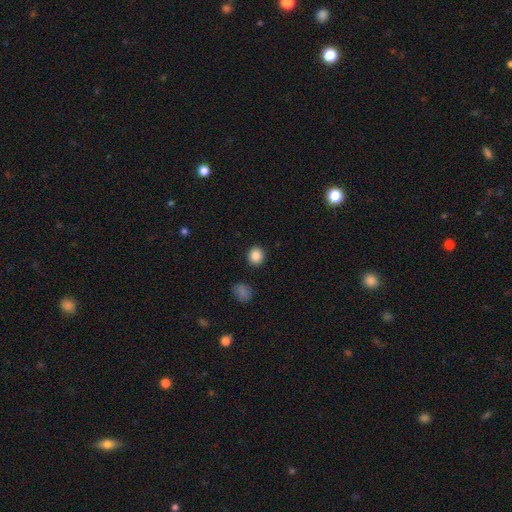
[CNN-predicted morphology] Smooth or featured? Predicted: smooth (p=0.87). How rounded? Predicted: round (p=0.83). Merging? Predicted: none (p=0.90).